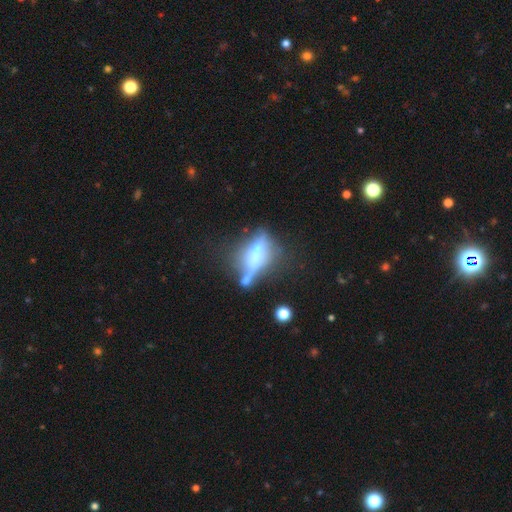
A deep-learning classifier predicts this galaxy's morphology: Overall: featured or disk (53%; smooth 35%). Edge-on disk: no (55%; yes 45%). Merging: merger (30%; none 29%).